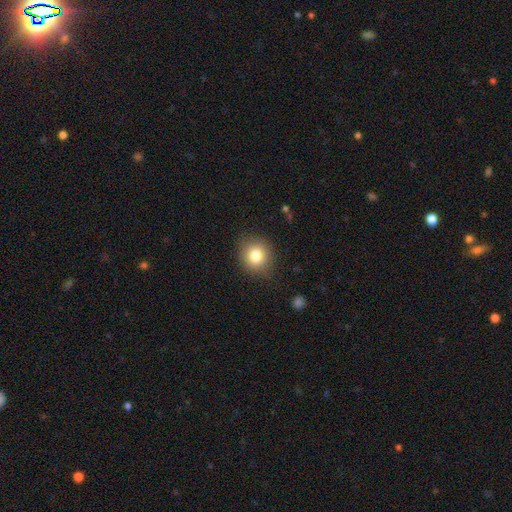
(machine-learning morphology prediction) Smooth or featured: smooth — 80% (star or artifact — 11%)
How rounded: round — 83% (in between — 16%)
Merging: none — 86% (minor disturbance — 10%)